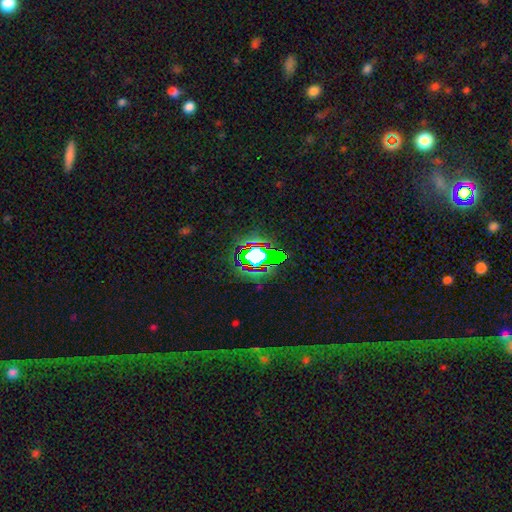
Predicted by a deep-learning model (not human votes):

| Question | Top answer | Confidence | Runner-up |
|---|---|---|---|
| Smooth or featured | star or artifact | 57% | smooth (24%) |